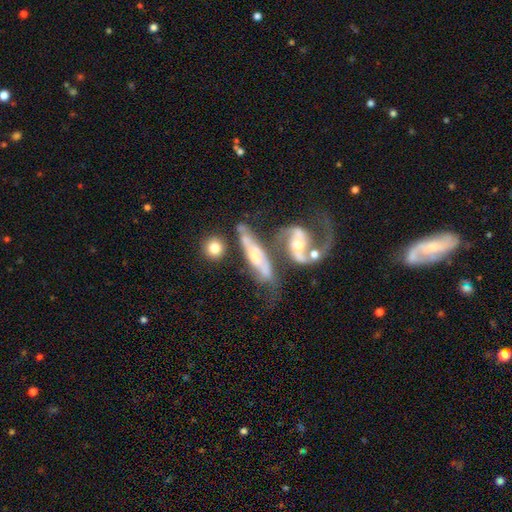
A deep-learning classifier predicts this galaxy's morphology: featured or disk 70%, smooth 22%, star or artifact 7%. Down the decision tree: edge-on disk — no (69%); merging — merger (42%).